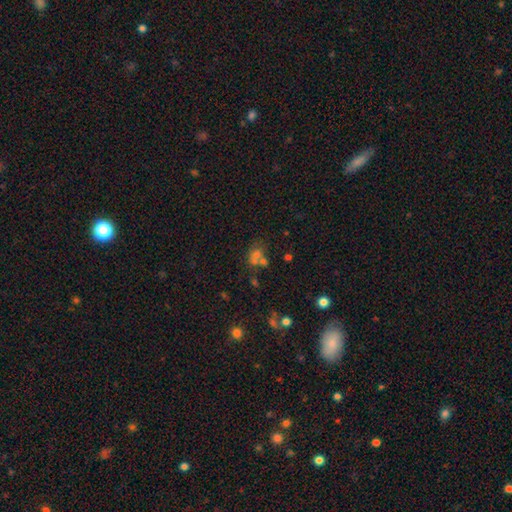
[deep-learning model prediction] Smooth or featured? Predicted: smooth (p=0.51). How rounded? Predicted: round (p=0.58). Merging? Predicted: none (p=0.43).